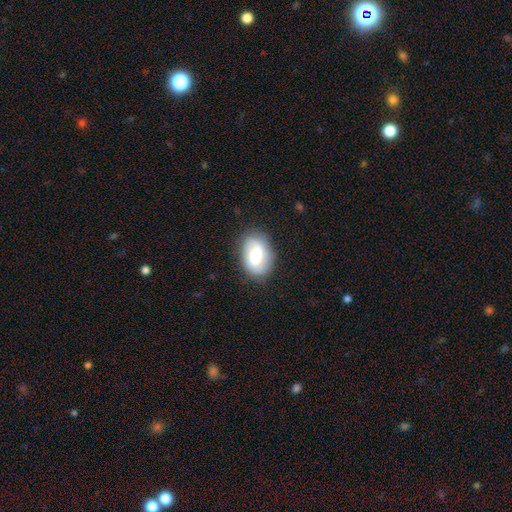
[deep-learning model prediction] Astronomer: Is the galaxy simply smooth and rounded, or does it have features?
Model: smooth — 66%.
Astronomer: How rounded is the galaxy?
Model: in between — 86%.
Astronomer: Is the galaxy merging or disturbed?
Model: none — 81%.